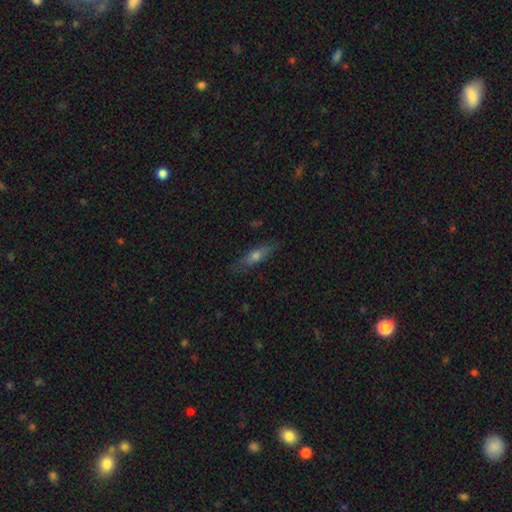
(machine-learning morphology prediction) This is possibly a smooth galaxy (51%). How rounded: likely cigar-shaped (66%). Merging: clearly none (81%).